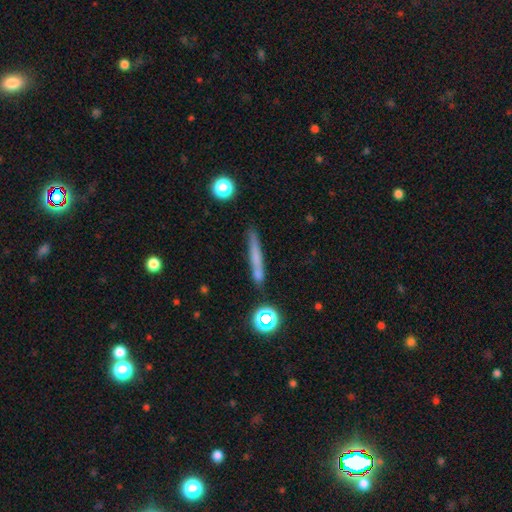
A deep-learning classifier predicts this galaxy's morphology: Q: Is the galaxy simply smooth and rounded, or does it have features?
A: smooth — 61%.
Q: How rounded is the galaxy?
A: cigar-shaped — 91%.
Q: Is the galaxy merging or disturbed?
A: none — 74%.